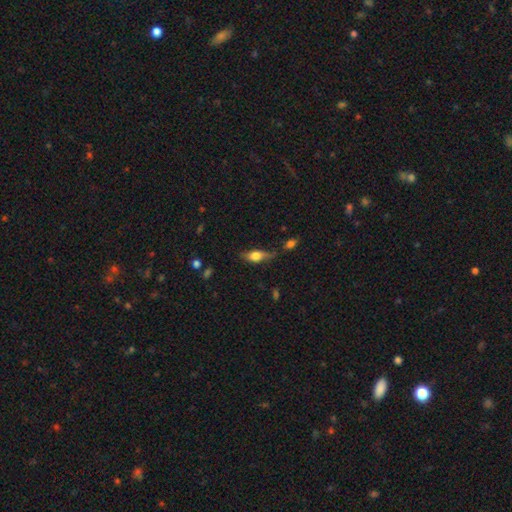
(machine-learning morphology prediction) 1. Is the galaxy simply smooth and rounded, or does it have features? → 62% smooth, 29% featured or disk, 9% star or artifact.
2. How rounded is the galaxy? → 70% in between, 25% cigar-shaped, 5% round.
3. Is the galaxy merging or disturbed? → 55% none, 28% minor disturbance, 10% major disturbance, 7% merger.